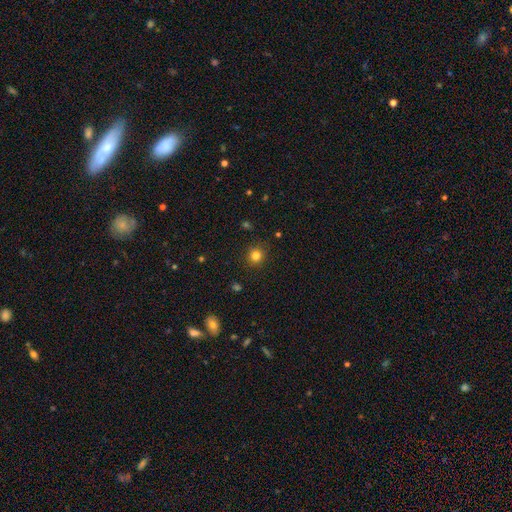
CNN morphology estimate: Smooth or featured?
  - smooth: 81% *
  - star or artifact: 14%
  - featured or disk: 5%
How rounded?
  - round: 92% *
  - in between: 7%
  - cigar-shaped: 1%
Merging?
  - none: 90% *
  - minor disturbance: 6%
  - major disturbance: 2%
  - merger: 1%